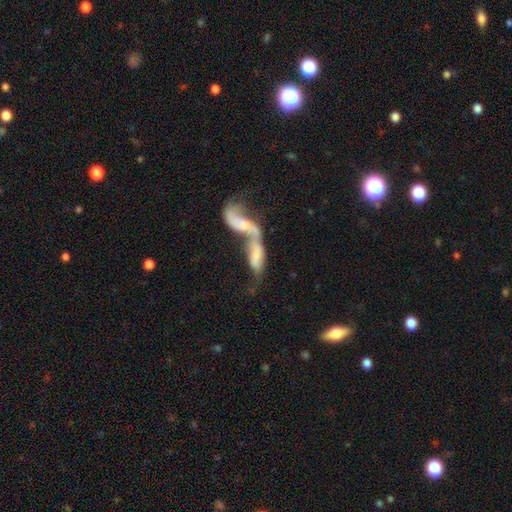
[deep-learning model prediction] Overall: featured or disk (49%; smooth 43%). Merging: merger (81%).